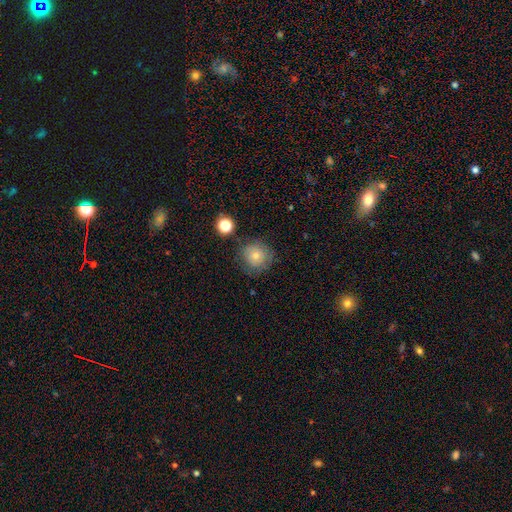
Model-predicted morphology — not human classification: Smooth or featured? Predicted: smooth (p=0.71). How rounded? Predicted: round (p=0.91). Merging? Predicted: none (p=0.75).